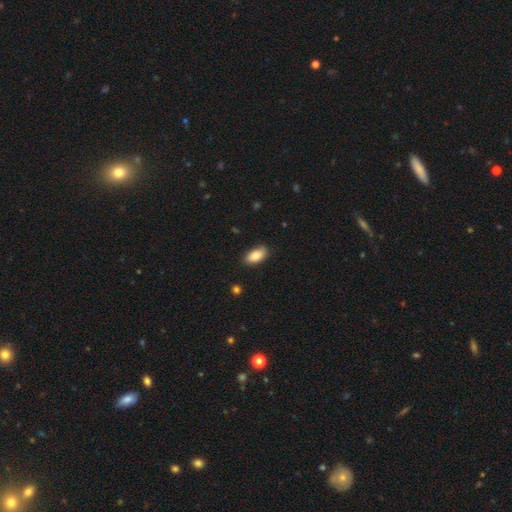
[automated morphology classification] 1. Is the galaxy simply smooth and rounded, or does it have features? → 86% smooth, 7% featured or disk, 7% star or artifact.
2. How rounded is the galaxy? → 93% in between, 4% cigar-shaped, 3% round.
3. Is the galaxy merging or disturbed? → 84% none, 13% minor disturbance, 2% major disturbance, 1% merger.